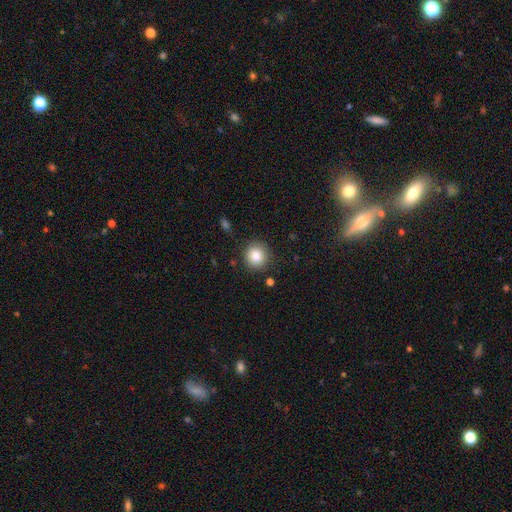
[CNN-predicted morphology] Smooth or featured? smooth (84%)
How rounded? round (92%)
Merging? none (87%)